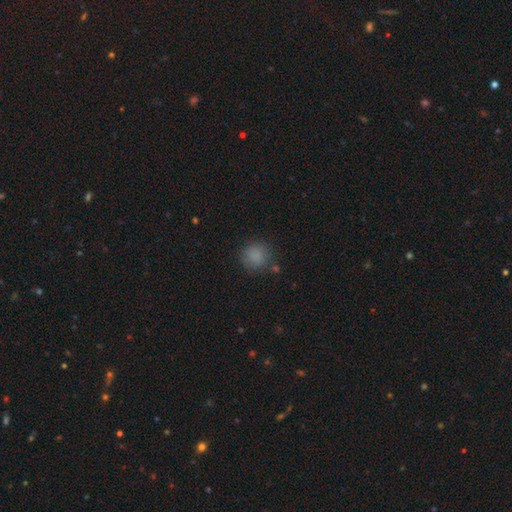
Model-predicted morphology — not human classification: smooth 85%, star or artifact 11%, featured or disk 5%. Down the decision tree: how rounded — round (90%); merging — none (79%).